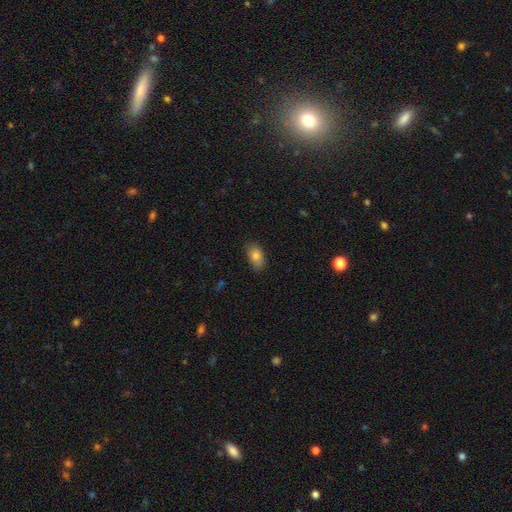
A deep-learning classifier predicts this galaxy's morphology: Overall: smooth (81%). How rounded: in between (90%). Merging: none (80%).